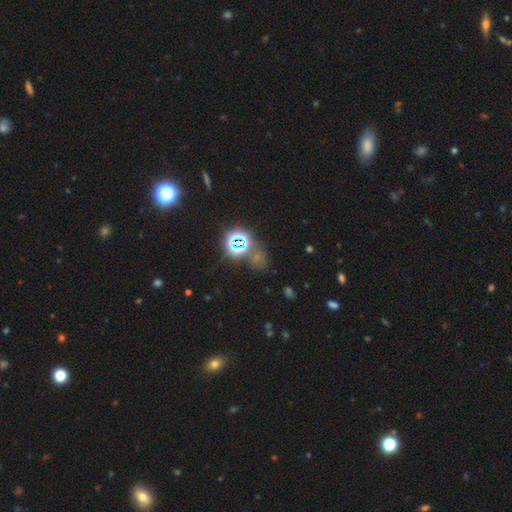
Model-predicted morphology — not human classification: star or artifact 68%, smooth 24%, featured or disk 8%.